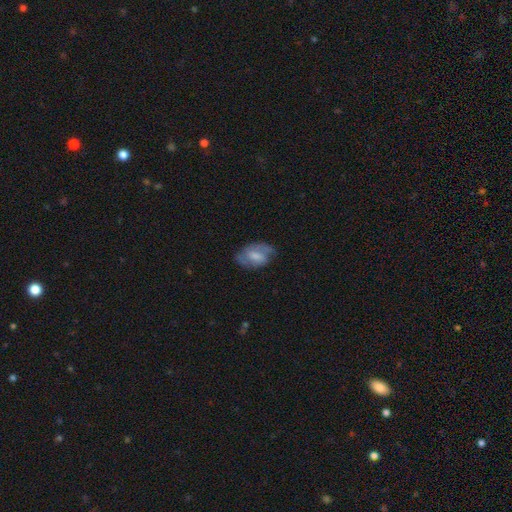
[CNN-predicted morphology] Smooth or featured?
  - featured or disk: 54% *
  - smooth: 40%
  - star or artifact: 7%
Edge-on disk?
  - no: 95% *
  - yes: 5%
Bar?
  - weak: 48% *
  - no: 36%
  - strong: 16%
Spiral arms?
  - yes: 75% *
  - no: 25%
Bulge size?
  - moderate: 37% *
  - small: 30%
  - none: 20%
  - large: 11%
  - dominant: 2%
Merging?
  - none: 62% *
  - minor disturbance: 25%
  - major disturbance: 11%
  - merger: 2%